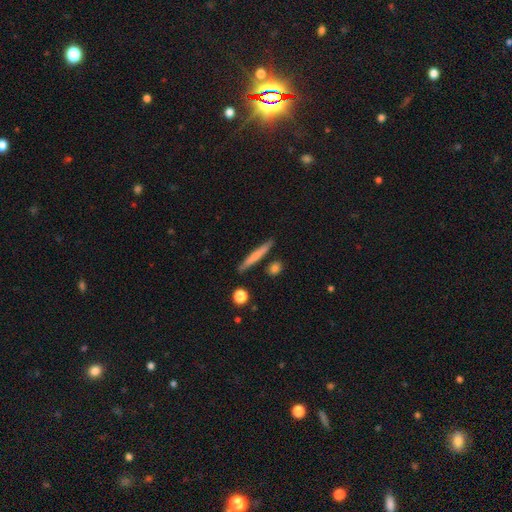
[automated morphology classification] A smooth galaxy with no disk features (67%) that is cigar-shaped (94%).

Vote fractions:
- Smooth or featured? smooth: 67% / featured or disk: 28% / star or artifact: 6%
- How rounded? cigar-shaped: 94% / in between: 4% / round: 2%
- Merging? none: 86% / minor disturbance: 8% / merger: 4% / major disturbance: 2%